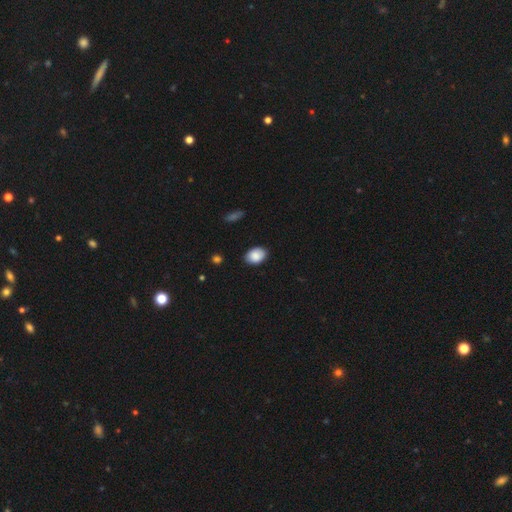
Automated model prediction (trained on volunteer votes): smooth_or_featured: smooth (p=0.87) [alt: star or artifact p=0.07]
how_rounded: in between (p=0.83) [alt: round p=0.16]
merging: none (p=0.84) [alt: minor disturbance p=0.12]